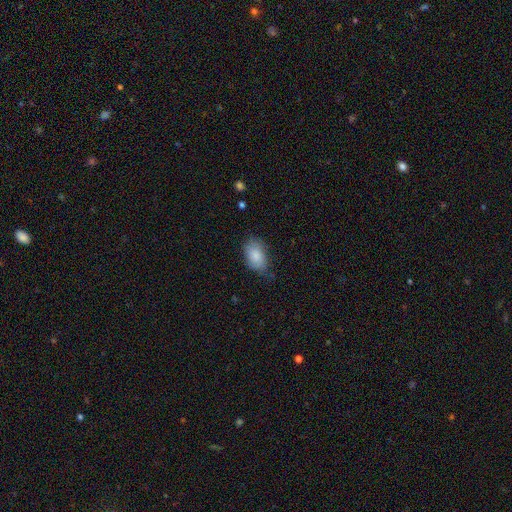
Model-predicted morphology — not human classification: Smooth or featured: smooth — 84% (featured or disk — 9%)
How rounded: in between — 90% (round — 8%)
Merging: none — 64% (minor disturbance — 28%)